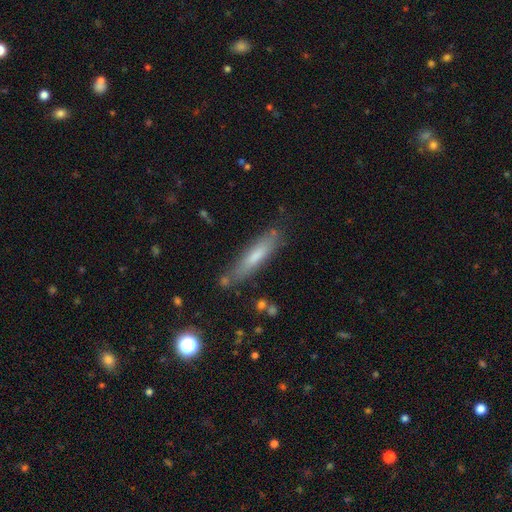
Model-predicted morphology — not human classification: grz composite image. It shows a smooth galaxy with no disk features (66%) that is cigar-shaped (83%). Merging: none (77%).